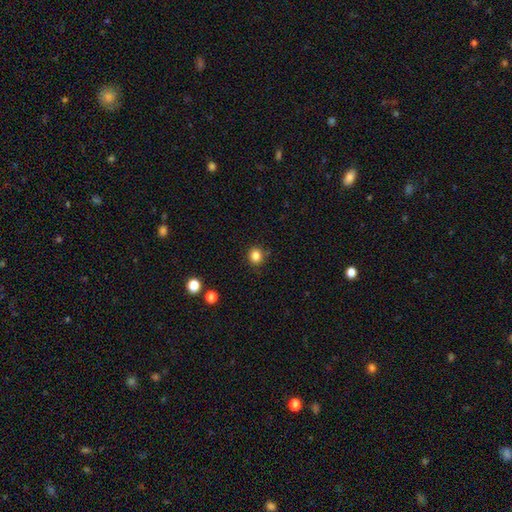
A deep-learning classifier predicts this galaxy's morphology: Smooth or featured: smooth — 84% (star or artifact — 12%)
How rounded: round — 84% (in between — 16%)
Merging: none — 86% (minor disturbance — 9%)